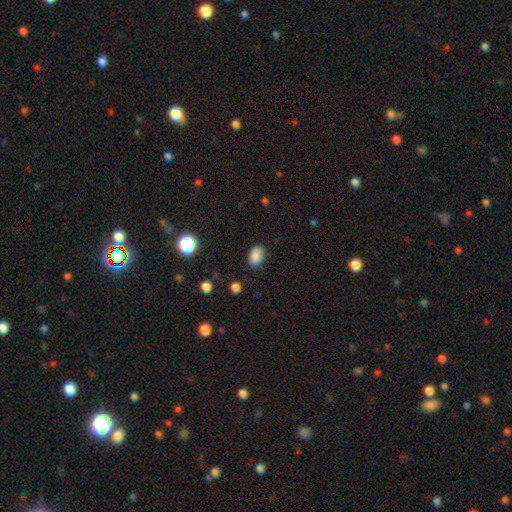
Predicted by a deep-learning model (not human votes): Overall: smooth (86%). How rounded: in between (86%). Merging: none (83%).